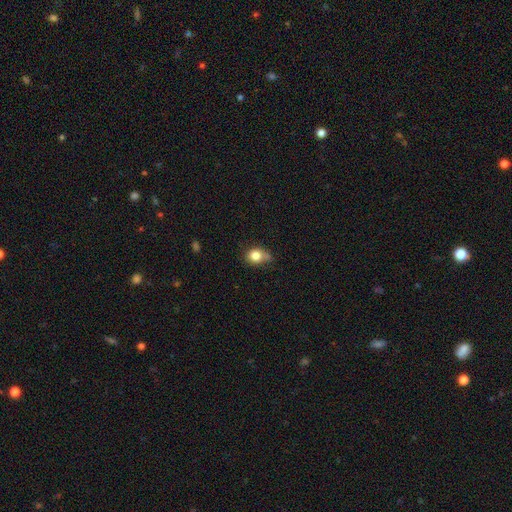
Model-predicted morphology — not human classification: smooth 81%, star or artifact 10%, featured or disk 9%. Down the decision tree: how rounded — round (54%); merging — none (50%).